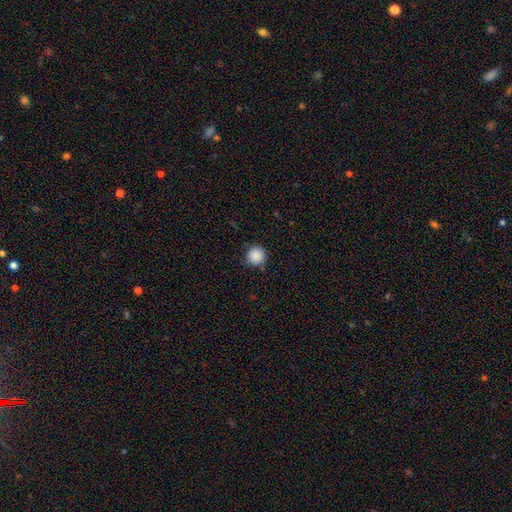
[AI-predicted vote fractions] Smooth or featured? Predicted: smooth (p=0.88). How rounded? Predicted: round (p=0.95). Merging? Predicted: none (p=0.85).